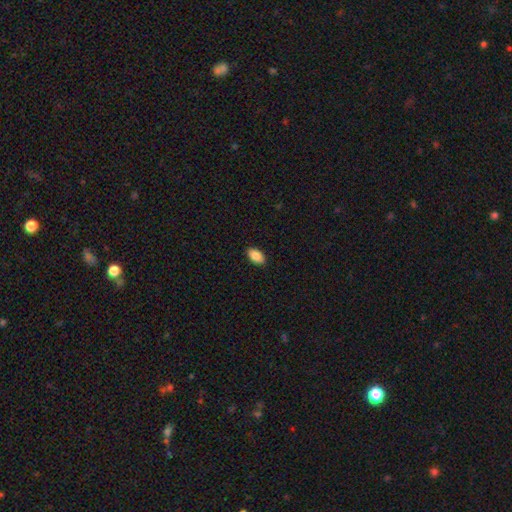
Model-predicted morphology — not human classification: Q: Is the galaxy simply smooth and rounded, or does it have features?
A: smooth — 88%.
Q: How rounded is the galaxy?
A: in between — 93%.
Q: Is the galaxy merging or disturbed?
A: none — 90%.